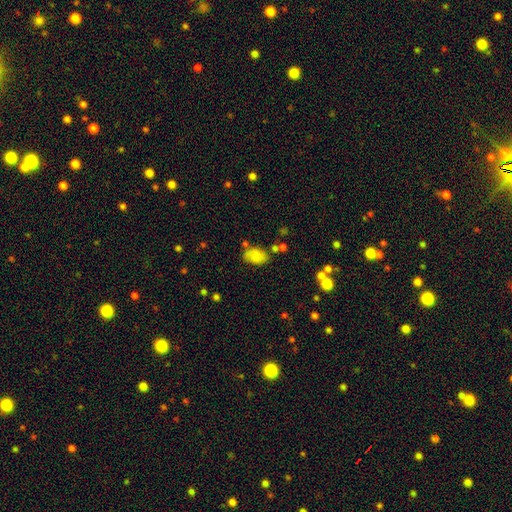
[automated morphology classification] Smooth or featured? Predicted: smooth (p=0.79). How rounded? Predicted: in between (p=0.85). Merging? Predicted: none (p=0.61).